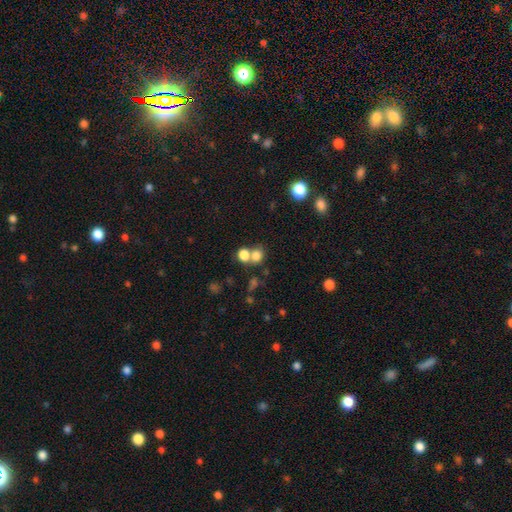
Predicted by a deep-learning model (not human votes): Overall: smooth (76%). How rounded: round (64%; in between 35%). Merging: none (45%; merger 43%).